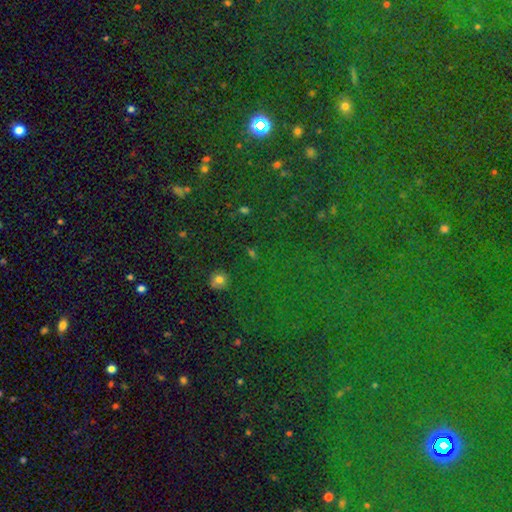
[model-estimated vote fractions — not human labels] Morphology: type=star or artifact (70%).